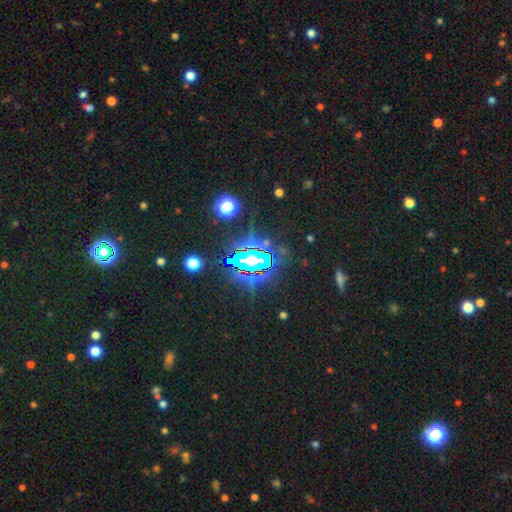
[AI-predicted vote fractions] This is likely a star or artifact rather than a galaxy (79%).